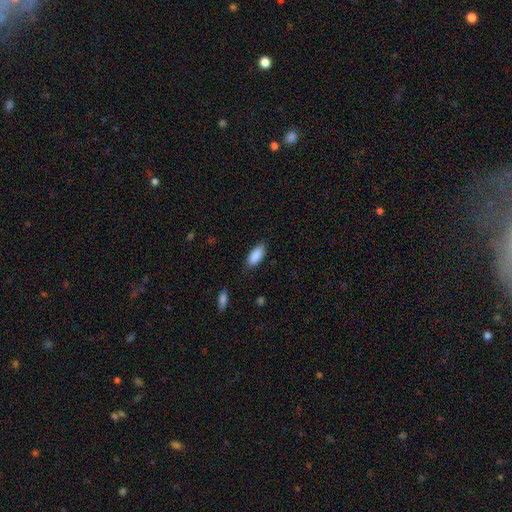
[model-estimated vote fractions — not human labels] The model was most divided on "merging": none: 81%, minor disturbance: 14%, major disturbance: 3%, merger: 1%. More confident: smooth or featured — smooth (90%); how rounded — in between (86%).